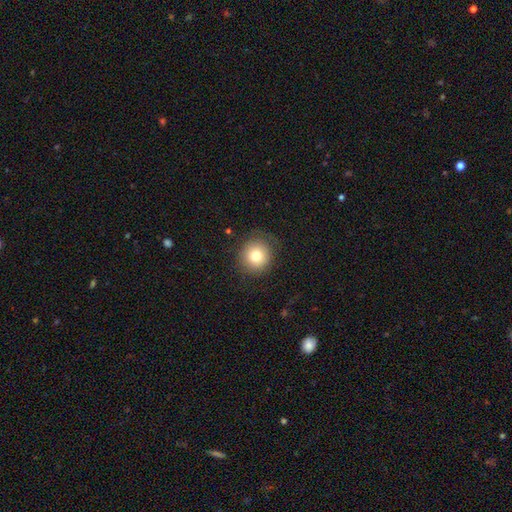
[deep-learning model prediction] This appears to be a smooth galaxy with no disk features (78%) that is round (92%). Merging: none (83%).